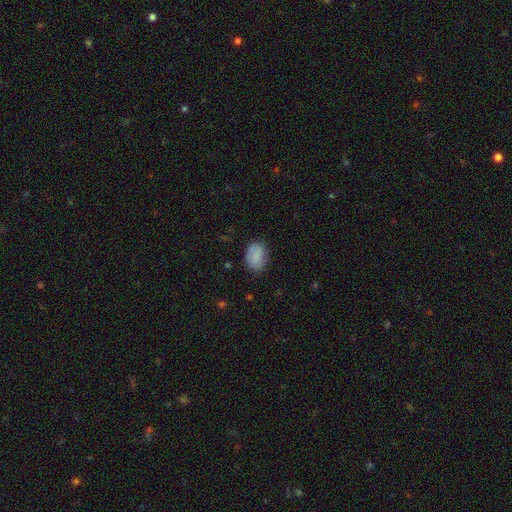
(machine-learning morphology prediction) Smooth or featured? smooth (82%)
How rounded? in between (79%)
Merging? none (77%)